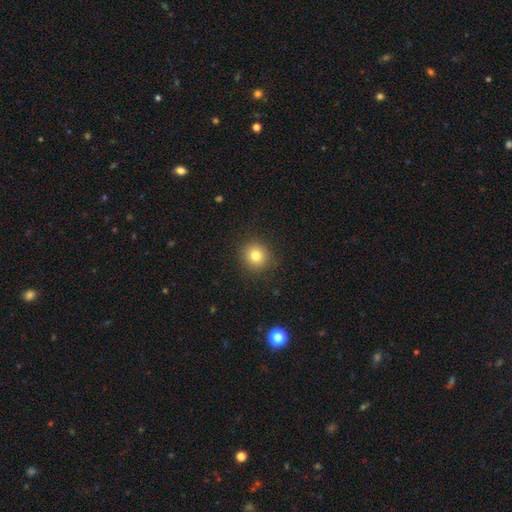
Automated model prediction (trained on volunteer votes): Overall: smooth (80%). How rounded: round (91%). Merging: none (90%).